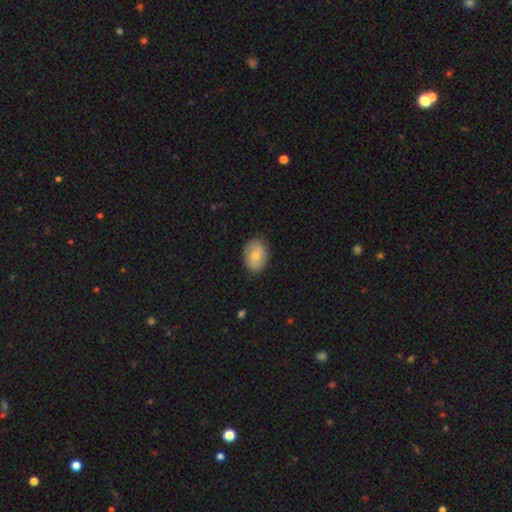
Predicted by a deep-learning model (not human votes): Morphology: type=smooth (68%); roundness=in between (70%); merging=none (84%).